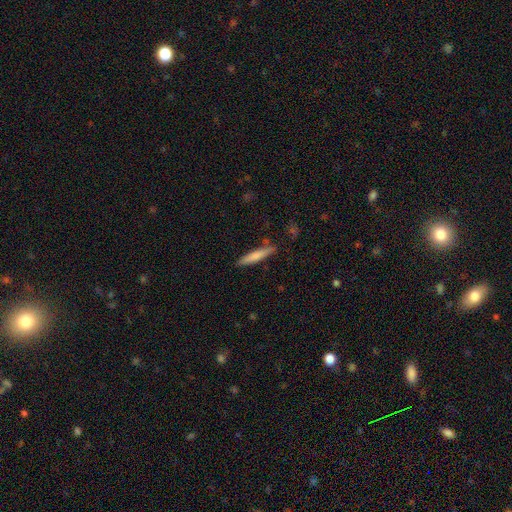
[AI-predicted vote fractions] Overall: smooth (69%). How rounded: cigar-shaped (91%). Merging: none (84%).